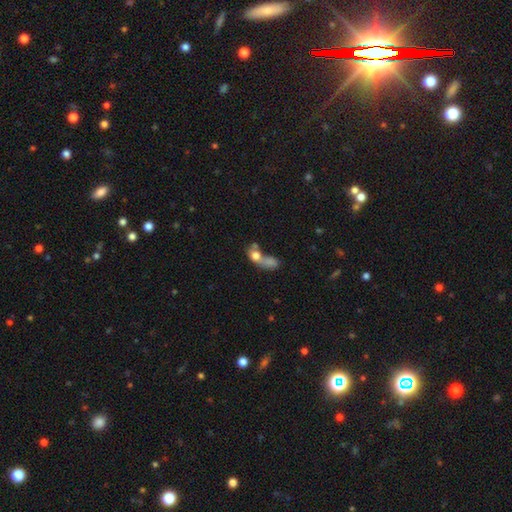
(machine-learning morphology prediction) The model was most divided on "how rounded": in between: 54%, round: 37%, cigar-shaped: 9%. More confident: smooth or featured — smooth (68%); merging — merger (63%).